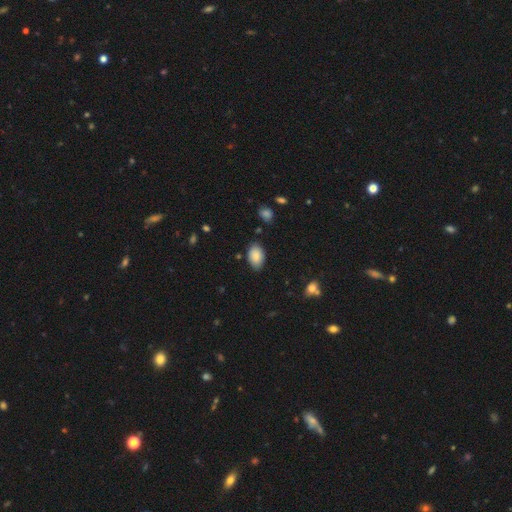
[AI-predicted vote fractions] The model was most divided on "merging": none: 81%, minor disturbance: 14%, major disturbance: 3%, merger: 2%. More confident: how rounded — in between (91%); smooth or featured — smooth (87%).